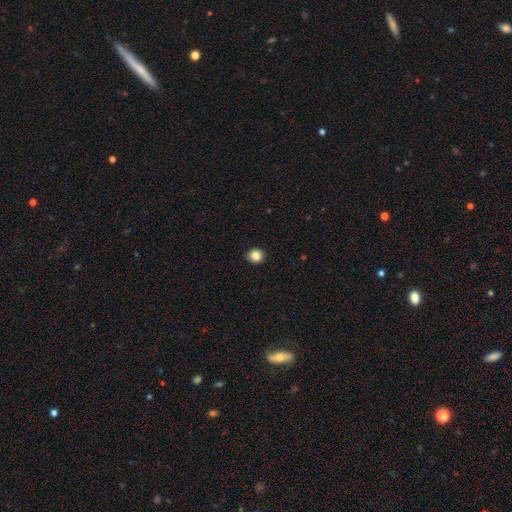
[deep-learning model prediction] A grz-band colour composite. It shows a smooth galaxy with no disk features (86%) that is round (84%). Merging: none (91%).